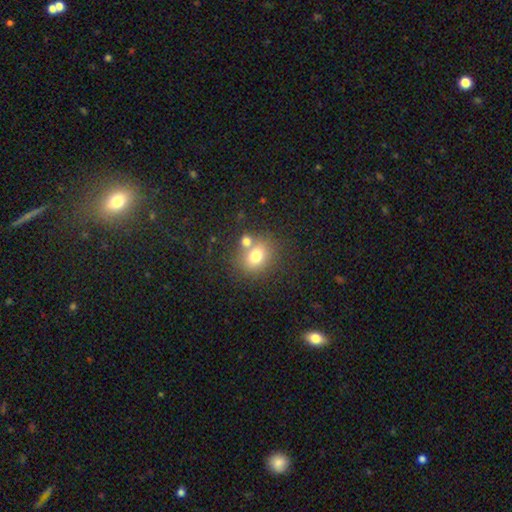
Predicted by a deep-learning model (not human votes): This is likely a smooth galaxy (74%). How rounded: likely round (63%). Merging: possibly none (60%).